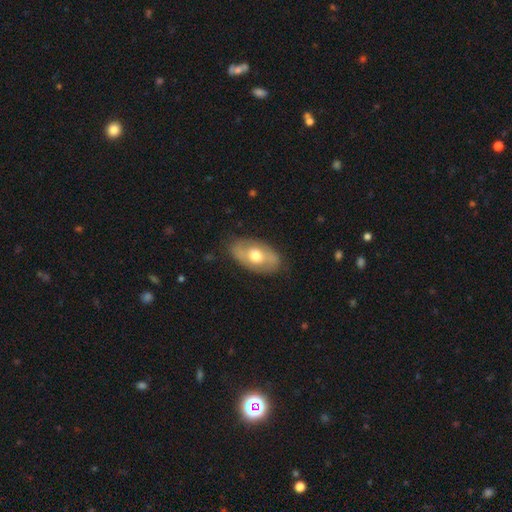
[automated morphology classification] Smooth or featured? smooth (51%)
How rounded? in between (91%)
Merging? none (80%)